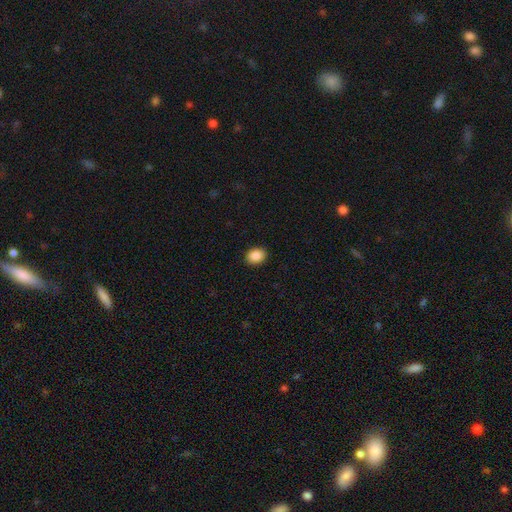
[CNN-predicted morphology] The model was most divided on "how rounded": in between: 58%, round: 41%, cigar-shaped: 1%. More confident: merging — none (90%); smooth or featured — smooth (89%).